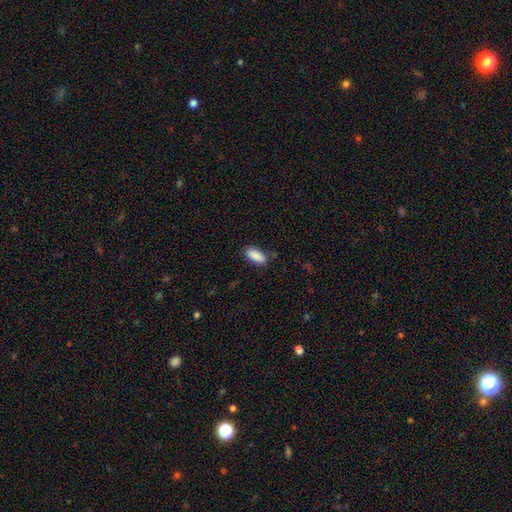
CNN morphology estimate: A smooth galaxy with no disk features (89%) that is in between round and cigar-shaped (83%). Merging: none (84%).